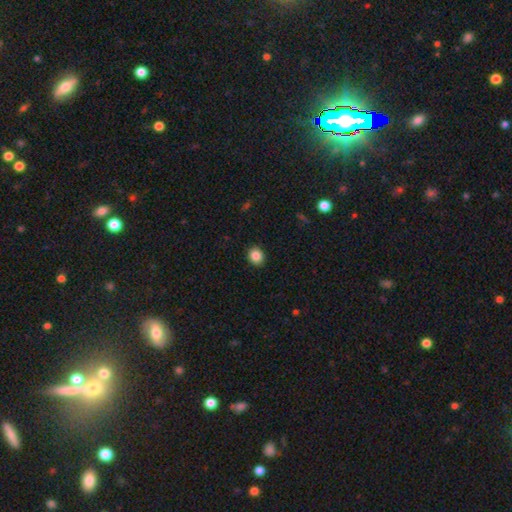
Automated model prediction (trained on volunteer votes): Morphology: type=smooth (86%); roundness=round (76%); merging=none (91%).